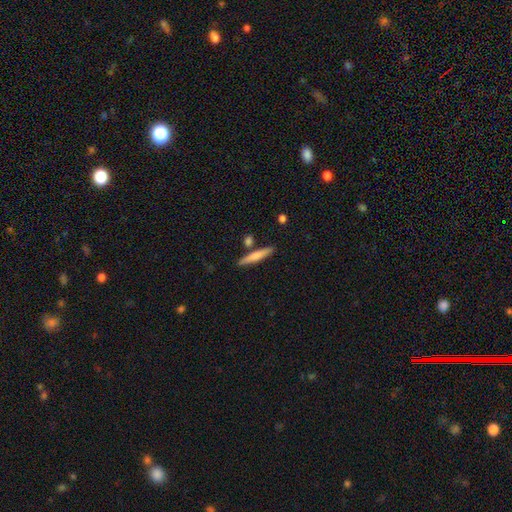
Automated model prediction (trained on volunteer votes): Morphology: type=smooth (66%); roundness=cigar-shaped (91%); merging=none (82%).